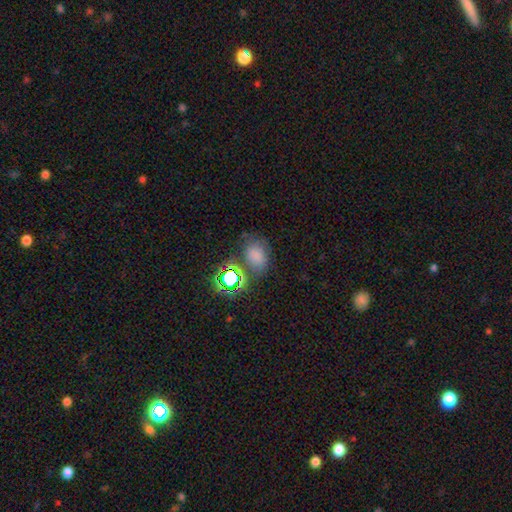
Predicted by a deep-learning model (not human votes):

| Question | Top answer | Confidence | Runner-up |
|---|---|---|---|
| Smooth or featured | smooth | 69% | star or artifact (22%) |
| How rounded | in between | 64% | round (35%) |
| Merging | none | 61% | minor disturbance (20%) |